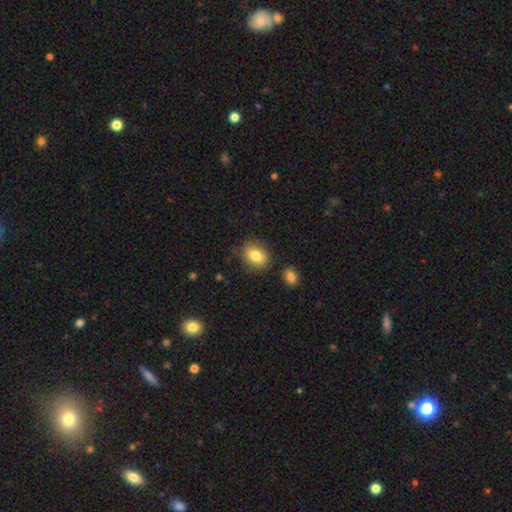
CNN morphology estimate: Q: Smooth or featured?
A: smooth (80%); runner-up: featured or disk (12%)
Q: How rounded?
A: in between (67%); runner-up: round (32%)
Q: Merging?
A: none (78%); runner-up: minor disturbance (15%)